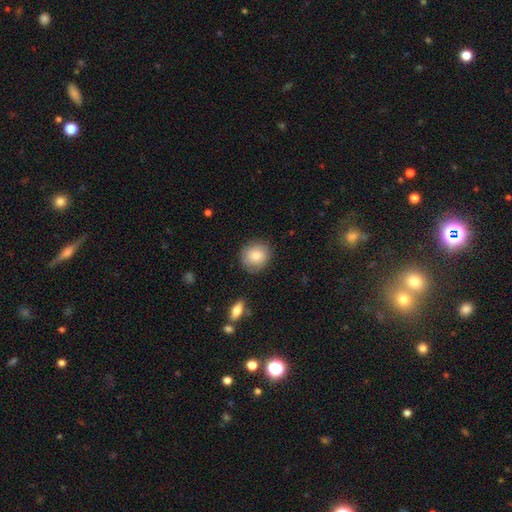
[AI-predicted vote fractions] A smooth galaxy with no disk features (73%) that is round (84%).

Vote fractions:
- Smooth or featured? smooth: 73% / featured or disk: 19% / star or artifact: 8%
- How rounded? round: 84% / in between: 15% / cigar-shaped: 1%
- Merging? none: 82% / minor disturbance: 13% / major disturbance: 4% / merger: 1%